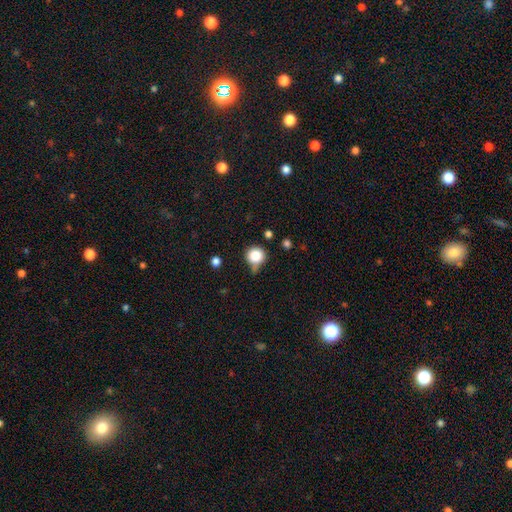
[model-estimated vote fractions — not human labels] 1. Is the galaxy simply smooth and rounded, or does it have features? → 84% smooth, 10% star or artifact, 6% featured or disk.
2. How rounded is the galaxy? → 92% round, 7% in between, 1% cigar-shaped.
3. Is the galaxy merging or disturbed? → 57% none, 26% minor disturbance, 10% merger, 8% major disturbance.